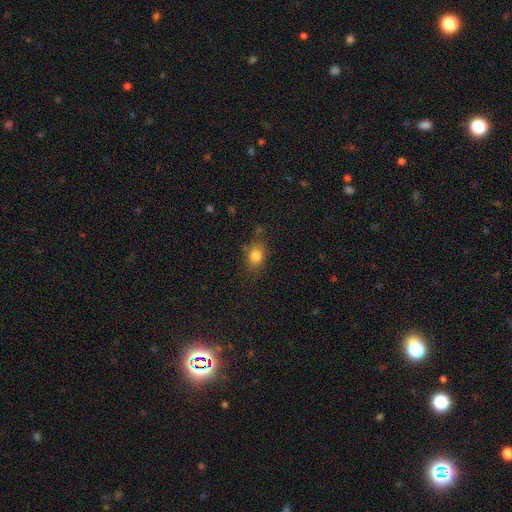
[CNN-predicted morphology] A smooth galaxy with no disk features (82%) that is in between round and cigar-shaped (54%). Merging: none (76%).